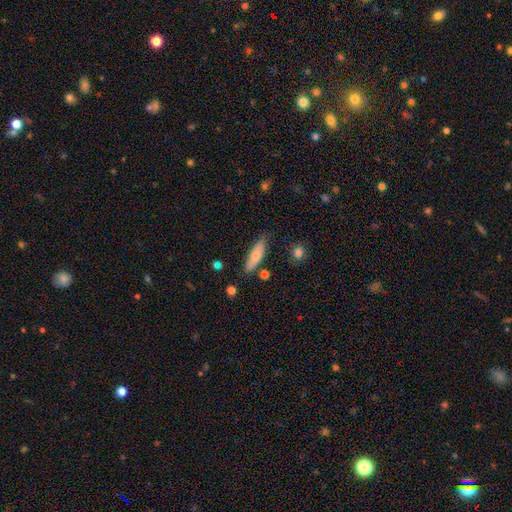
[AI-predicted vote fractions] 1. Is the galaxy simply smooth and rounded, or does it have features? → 72% smooth, 22% featured or disk, 7% star or artifact.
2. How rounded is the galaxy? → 52% cigar-shaped, 45% in between, 2% round.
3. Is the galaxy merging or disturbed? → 71% none, 20% minor disturbance, 4% merger, 4% major disturbance.